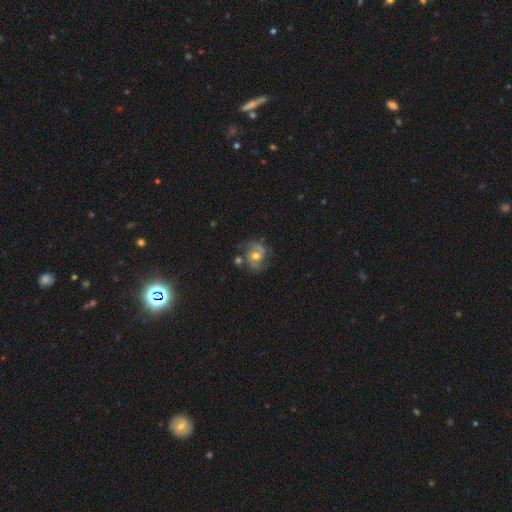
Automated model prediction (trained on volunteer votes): This appears to be a featured or disk galaxy (70%) with no bar (55%), 2 (86%) medium (52%) spiral arms (87%) and a moderate central bulge (73%). Merging: none (64%).